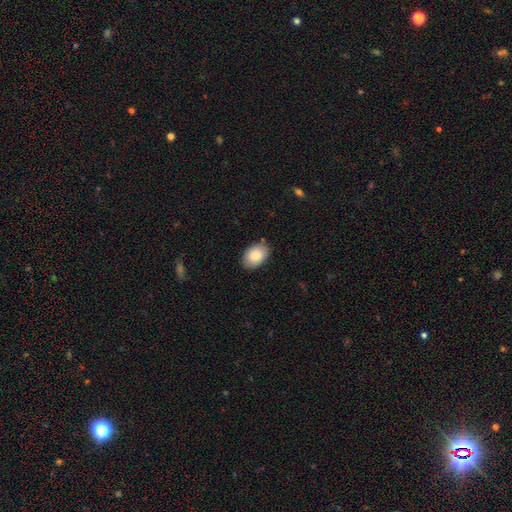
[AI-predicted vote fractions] Smooth or featured? Predicted: smooth (p=0.86). How rounded? Predicted: in between (p=0.87). Merging? Predicted: none (p=0.84).